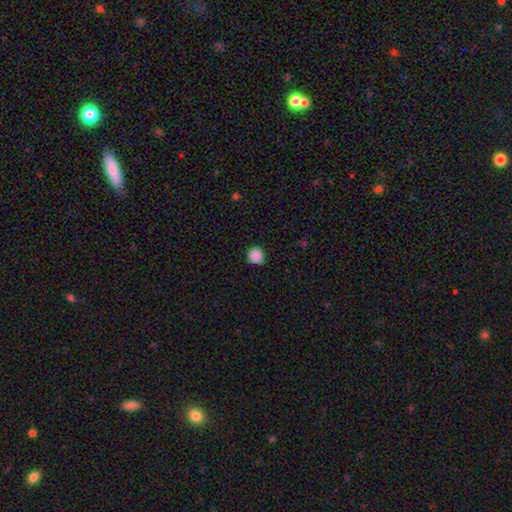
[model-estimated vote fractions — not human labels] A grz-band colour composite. It shows a smooth galaxy with no disk features (88%) that is round (94%). Merging: none (88%).